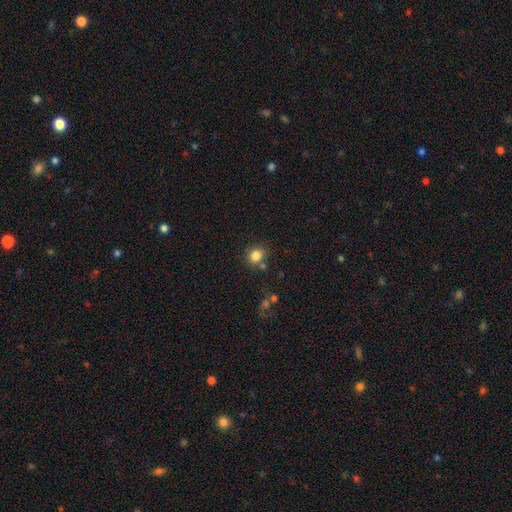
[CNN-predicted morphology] The model was most divided on "how rounded": round: 78%, in between: 21%, cigar-shaped: 1%. More confident: smooth or featured — smooth (83%); merging — none (75%).